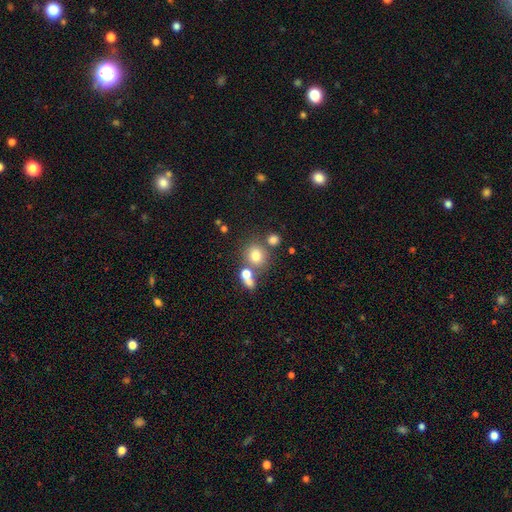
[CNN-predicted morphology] Overall: smooth (74%). How rounded: round (81%). Merging: none (61%; merger 23%).